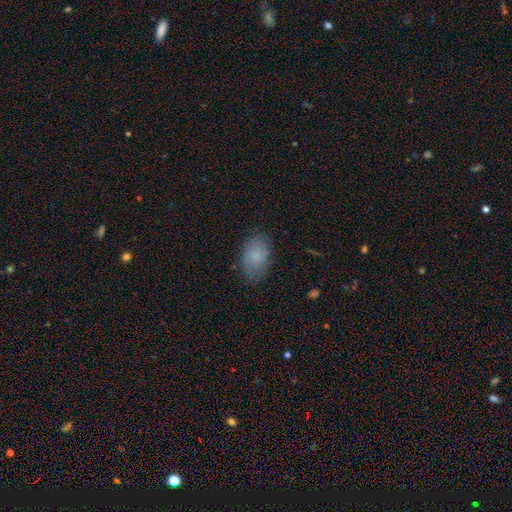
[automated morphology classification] Overall: smooth (80%). How rounded: in between (90%). Merging: none (77%).